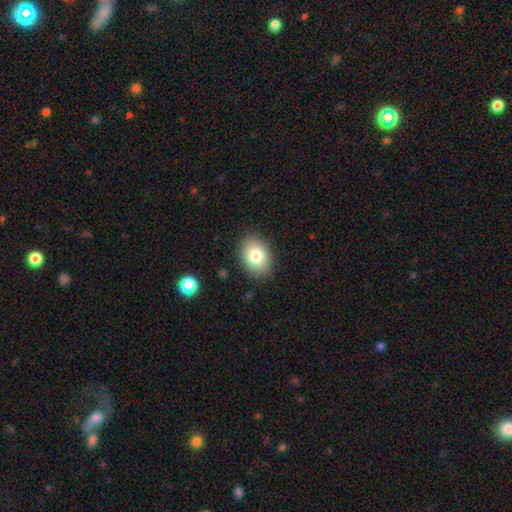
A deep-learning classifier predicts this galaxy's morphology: This appears to be a smooth galaxy with no disk features (81%) that is in between round and cigar-shaped (74%). Merging: none (87%).